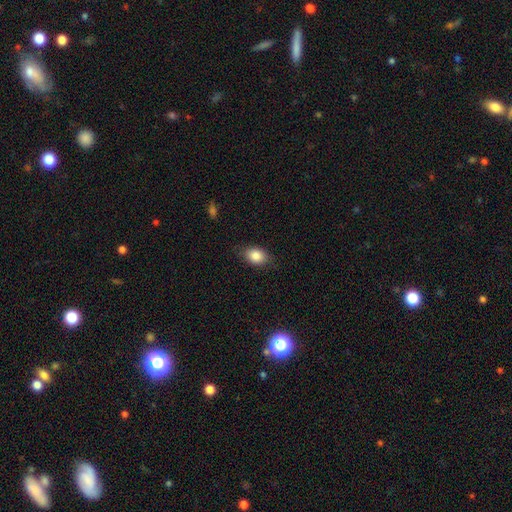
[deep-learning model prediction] A smooth galaxy with no disk features (85%) that is in between round and cigar-shaped (75%). Merging: none (80%).